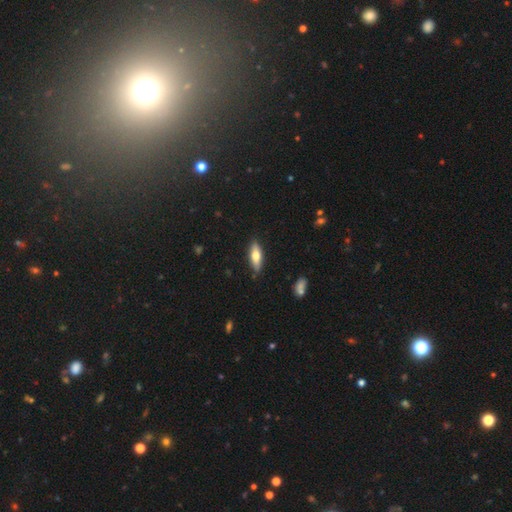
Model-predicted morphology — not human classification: Overall: smooth (62%; featured or disk 32%). How rounded: in between (58%; cigar-shaped 39%). Merging: none (86%).